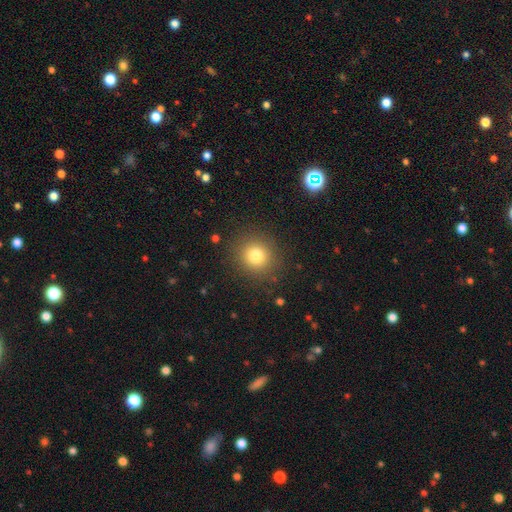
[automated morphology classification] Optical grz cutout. It shows a smooth galaxy with no disk features (78%) that is round (89%). Merging: none (88%).